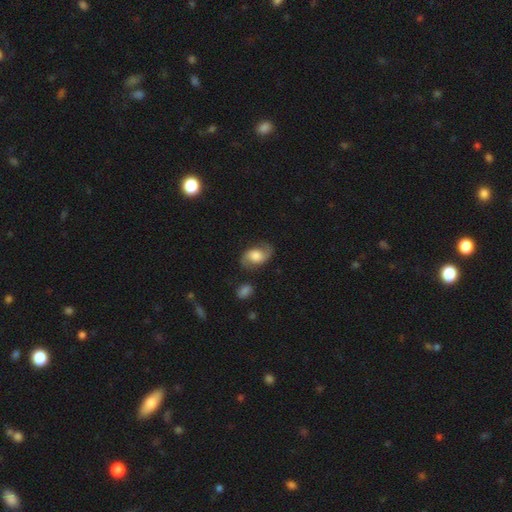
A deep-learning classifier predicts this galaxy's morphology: A featured or disk galaxy (59%) with no bar (60%), spiral arms (88%) and a moderate central bulge (48%). Merging: none (71%).